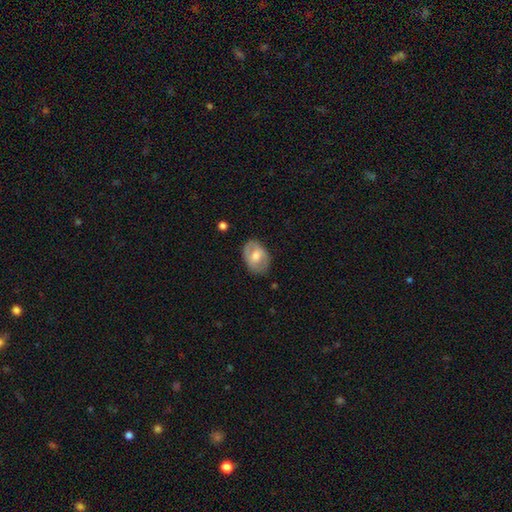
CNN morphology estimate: Smooth or featured?
  - featured or disk: 49% *
  - smooth: 44%
  - star or artifact: 7%
Merging?
  - none: 77% *
  - minor disturbance: 17%
  - major disturbance: 5%
  - merger: 1%